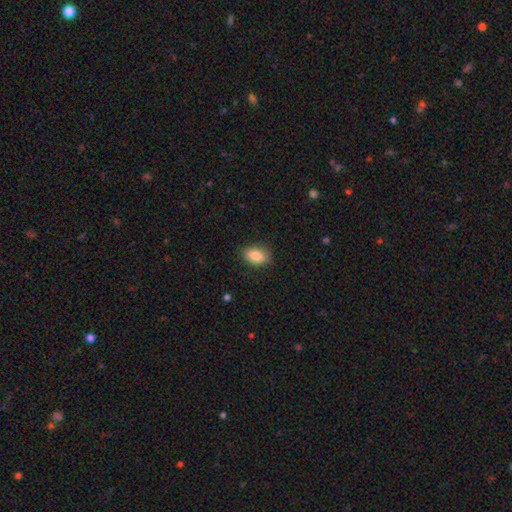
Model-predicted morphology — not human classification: smooth 88%, star or artifact 7%, featured or disk 5%. Down the decision tree: how rounded — in between (86%); merging — none (82%).